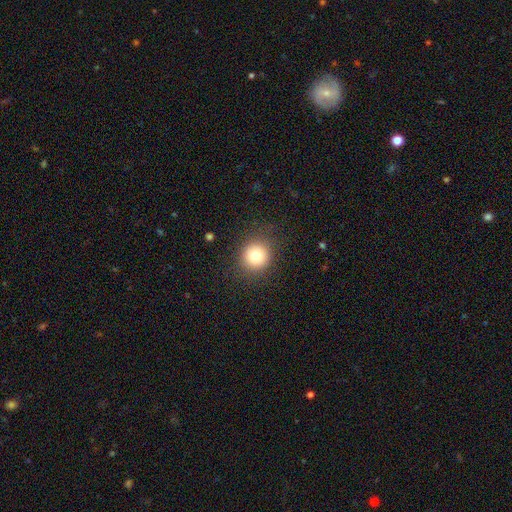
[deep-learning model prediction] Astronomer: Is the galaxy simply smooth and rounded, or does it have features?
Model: smooth — 79%.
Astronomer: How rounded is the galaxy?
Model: round — 91%.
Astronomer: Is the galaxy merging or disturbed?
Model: none — 87%.